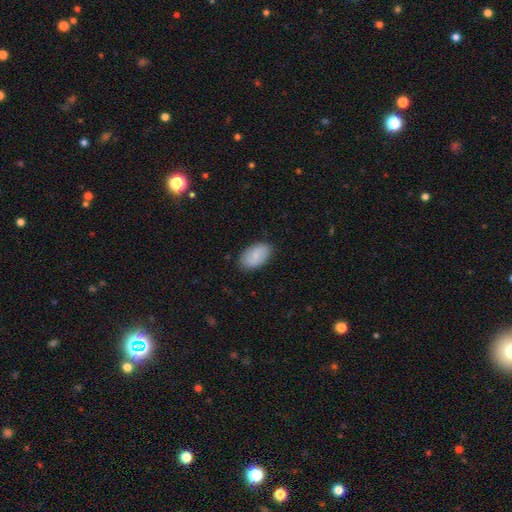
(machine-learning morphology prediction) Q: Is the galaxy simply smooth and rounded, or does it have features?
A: smooth — 77%.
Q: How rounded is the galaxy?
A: in between — 93%.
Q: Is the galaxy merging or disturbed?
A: none — 85%.